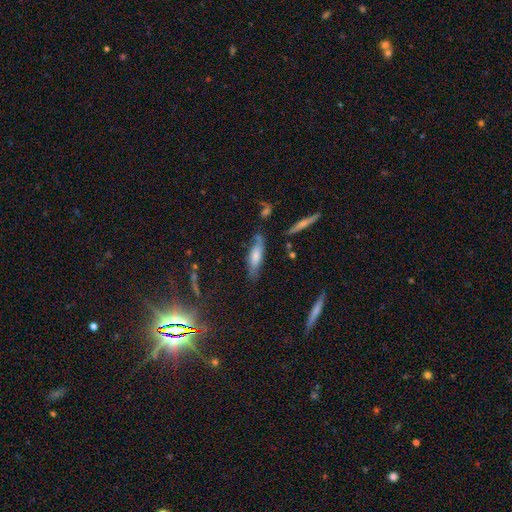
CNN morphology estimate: Overall: smooth (56%; featured or disk 36%). How rounded: cigar-shaped (51%; in between 47%). Merging: none (64%; minor disturbance 25%).